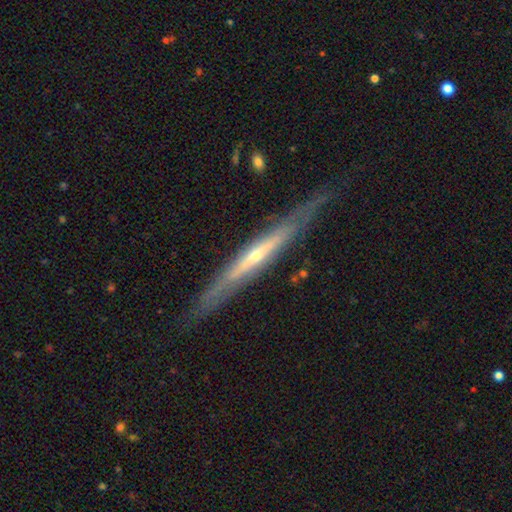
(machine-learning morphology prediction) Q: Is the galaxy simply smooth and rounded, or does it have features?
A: featured or disk — 78%.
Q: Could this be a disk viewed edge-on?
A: yes — 92%.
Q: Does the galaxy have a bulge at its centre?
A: rounded — 58%.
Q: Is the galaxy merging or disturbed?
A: none — 81%.